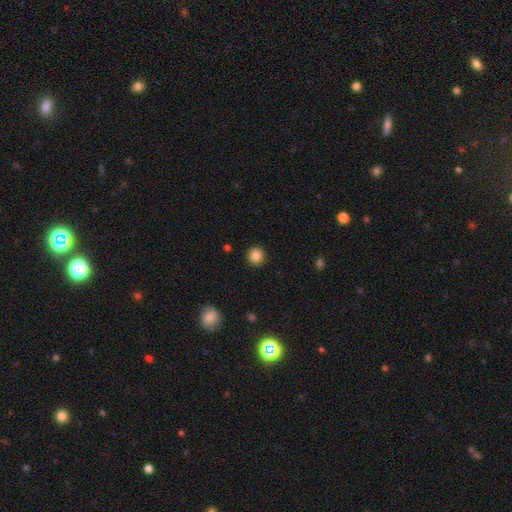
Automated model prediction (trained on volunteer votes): Smooth or featured: smooth — 85% (star or artifact — 10%)
How rounded: round — 92% (in between — 7%)
Merging: none — 92% (minor disturbance — 5%)